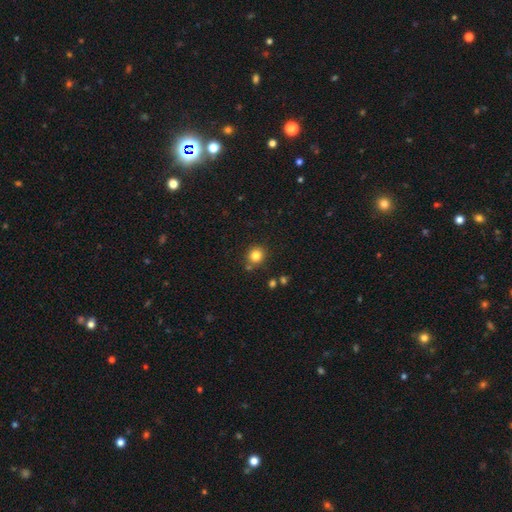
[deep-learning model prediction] Overall: smooth (82%). How rounded: round (87%). Merging: none (82%).